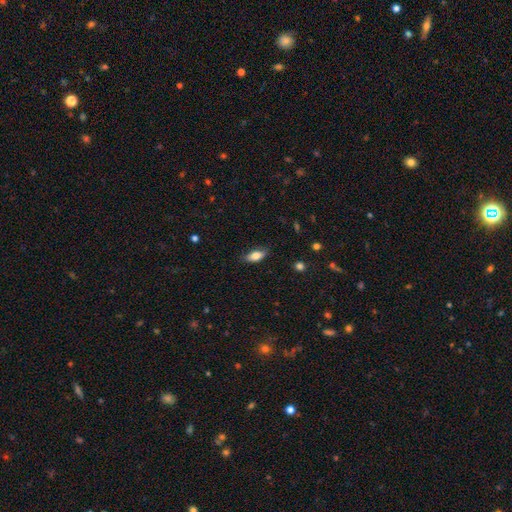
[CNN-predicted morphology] smooth-or-featured: smooth: 78% | featured or disk: 15% | star or artifact: 7%
  how-rounded: in between: 82% | cigar-shaped: 15% | round: 3%
  merging: none: 81% | minor disturbance: 15% | major disturbance: 3% | merger: 1%